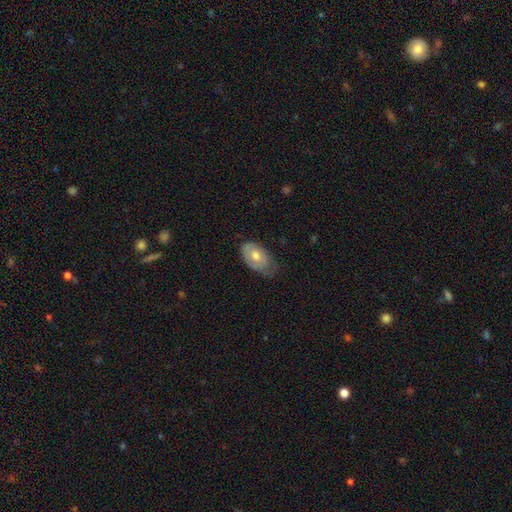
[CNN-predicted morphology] This appears to be a smooth galaxy with no disk features (56%) that is in between round and cigar-shaped (91%). Merging: none (54%).